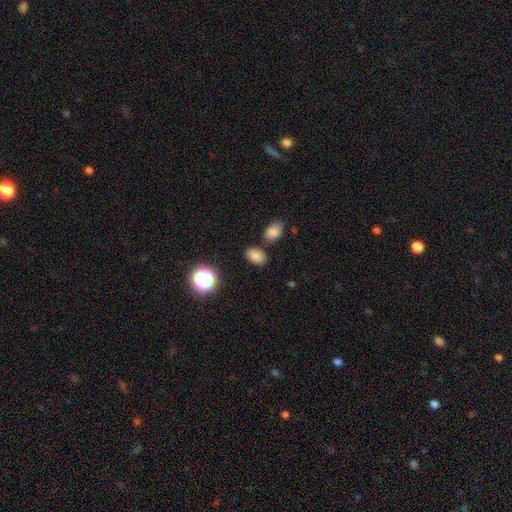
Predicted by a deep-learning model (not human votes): Smooth or featured?
  - smooth: 82% *
  - star or artifact: 13%
  - featured or disk: 5%
How rounded?
  - in between: 81% *
  - round: 17%
  - cigar-shaped: 1%
Merging?
  - none: 79% *
  - minor disturbance: 11%
  - merger: 7%
  - major disturbance: 3%